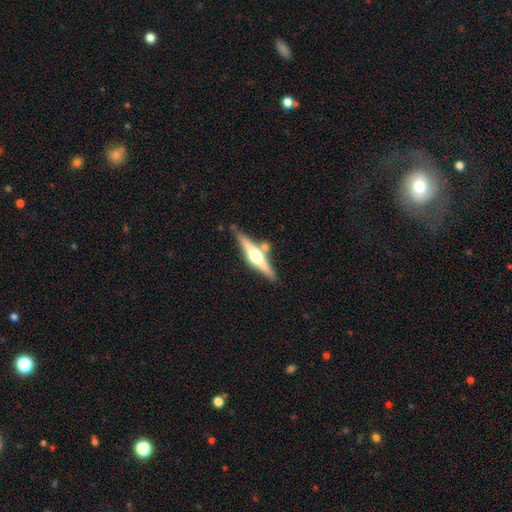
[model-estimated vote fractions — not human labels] This is likely a featured or disk galaxy (76%). It is clearly viewed edge-on (97%). Edge-on bulge: clearly rounded (94%). Merging: likely none (79%).